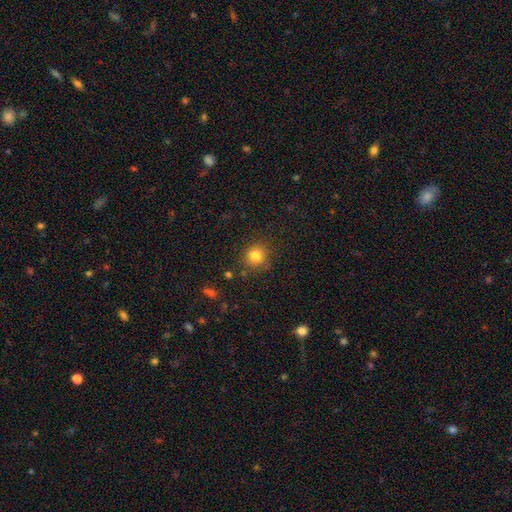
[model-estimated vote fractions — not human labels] Smooth or featured?
  - smooth: 81% *
  - star or artifact: 13%
  - featured or disk: 6%
How rounded?
  - round: 91% *
  - in between: 8%
  - cigar-shaped: 1%
Merging?
  - none: 83% *
  - minor disturbance: 11%
  - major disturbance: 3%
  - merger: 2%